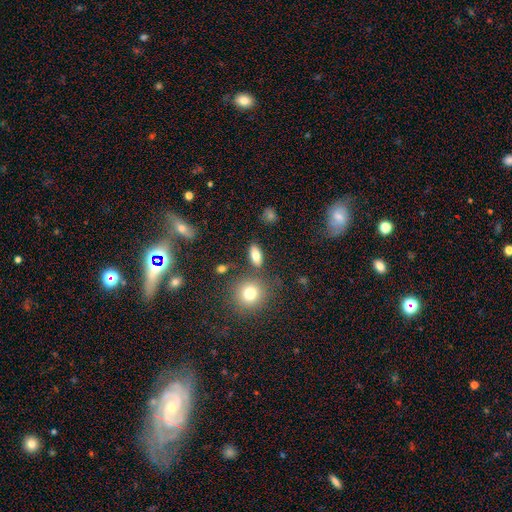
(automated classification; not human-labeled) A smooth galaxy with no disk features (78%) that is in between round and cigar-shaped (81%).

Vote fractions:
- Smooth or featured? smooth: 78% / featured or disk: 12% / star or artifact: 10%
- How rounded? in between: 81% / cigar-shaped: 11% / round: 8%
- Merging? none: 83% / minor disturbance: 9% / merger: 5% / major disturbance: 3%